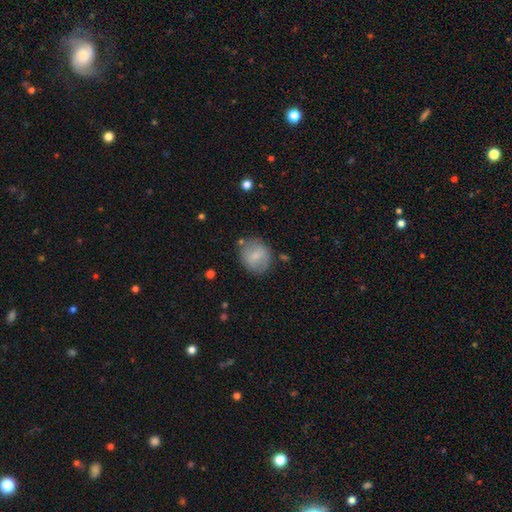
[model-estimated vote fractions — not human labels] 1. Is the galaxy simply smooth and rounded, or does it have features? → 65% smooth, 27% featured or disk, 7% star or artifact.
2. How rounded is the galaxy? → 69% round, 30% in between, 1% cigar-shaped.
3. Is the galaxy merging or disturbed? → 76% none, 16% minor disturbance, 5% major disturbance, 3% merger.